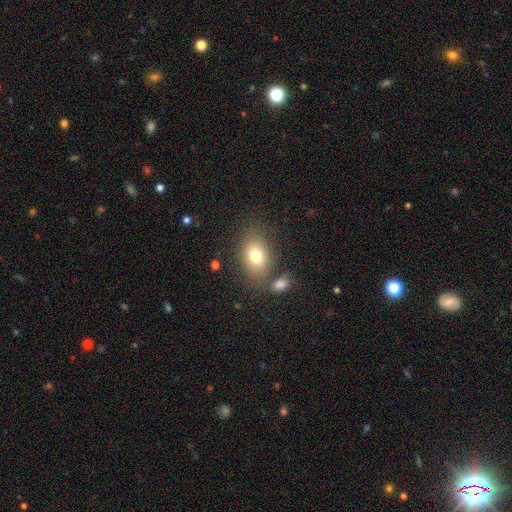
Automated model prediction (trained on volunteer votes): Smooth or featured?
  - smooth: 75% *
  - featured or disk: 14%
  - star or artifact: 10%
How rounded?
  - in between: 78% *
  - round: 20%
  - cigar-shaped: 1%
Merging?
  - none: 69% *
  - minor disturbance: 14%
  - merger: 11%
  - major disturbance: 6%